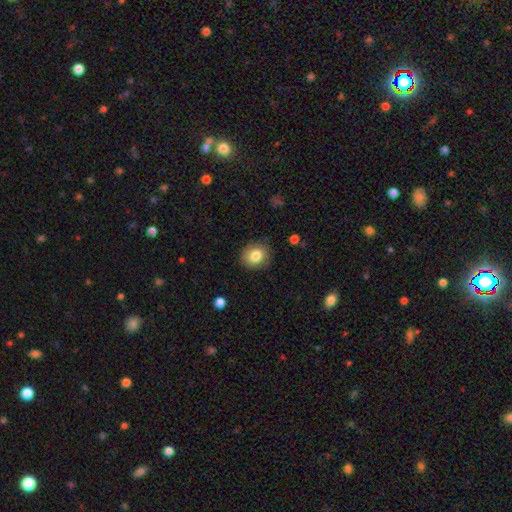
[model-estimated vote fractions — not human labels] Overall: smooth (83%). How rounded: round (72%). Merging: none (85%).